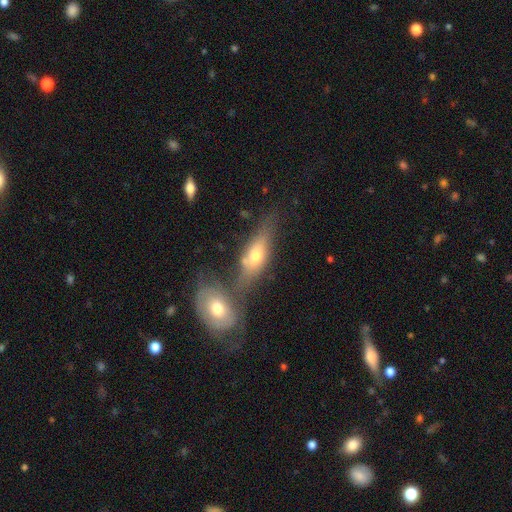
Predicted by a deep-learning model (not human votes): Smooth or featured?
  - smooth: 50% *
  - featured or disk: 41%
  - star or artifact: 9%
How rounded?
  - in between: 68% *
  - cigar-shaped: 26%
  - round: 6%
Merging?
  - none: 40% *
  - merger: 38%
  - minor disturbance: 14%
  - major disturbance: 8%